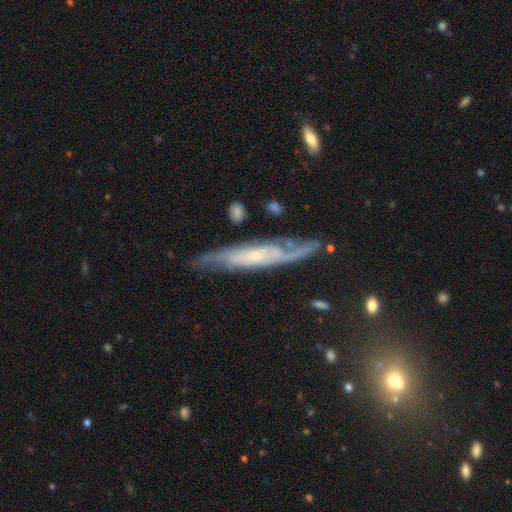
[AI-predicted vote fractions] Smooth or featured? Predicted: featured or disk (p=0.81). Edge-on disk? Predicted: no (p=0.61). Merging? Predicted: none (p=0.69).